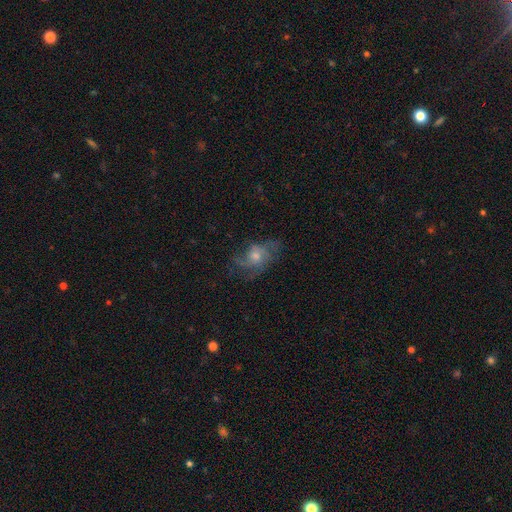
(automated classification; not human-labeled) featured or disk 62%, smooth 25%, star or artifact 13%. Down the decision tree: edge-on disk — no (95%); bar — no (77%); spiral arms — yes (82%); bulge size — moderate (54%); merging — none (60%).